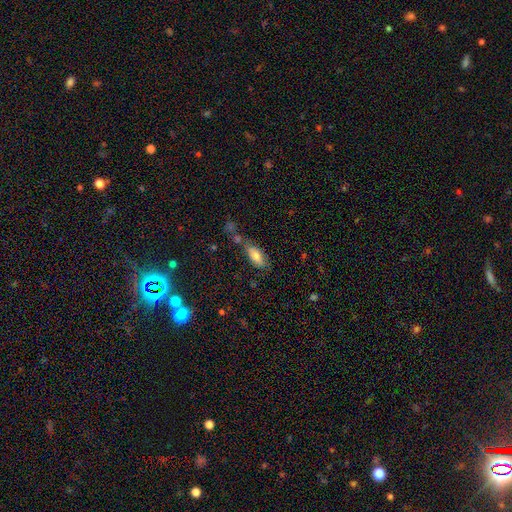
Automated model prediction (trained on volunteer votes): Smooth or featured?
  - smooth: 75% *
  - featured or disk: 17%
  - star or artifact: 8%
How rounded?
  - in between: 79% *
  - cigar-shaped: 18%
  - round: 3%
Merging?
  - none: 53% *
  - minor disturbance: 21%
  - merger: 18%
  - major disturbance: 8%